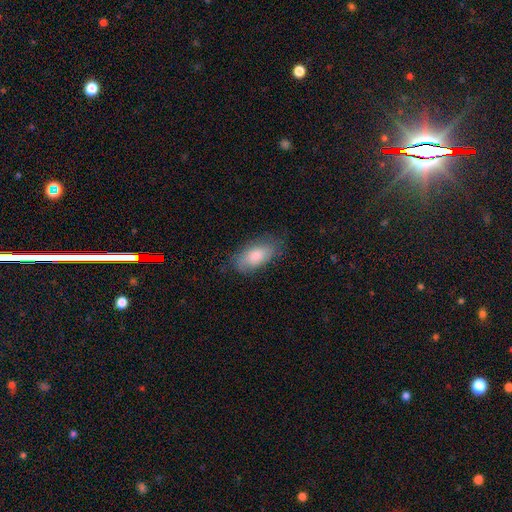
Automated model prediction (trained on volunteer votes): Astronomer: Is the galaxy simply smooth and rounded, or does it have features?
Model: smooth — 78%.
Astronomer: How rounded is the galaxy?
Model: in between — 91%.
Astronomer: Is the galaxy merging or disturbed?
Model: none — 72%.